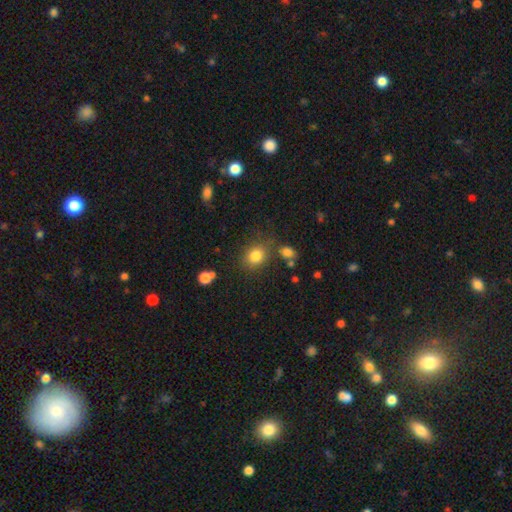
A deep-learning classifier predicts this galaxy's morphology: A smooth galaxy with no disk features (82%) that is round (61%). Merging: none (74%).